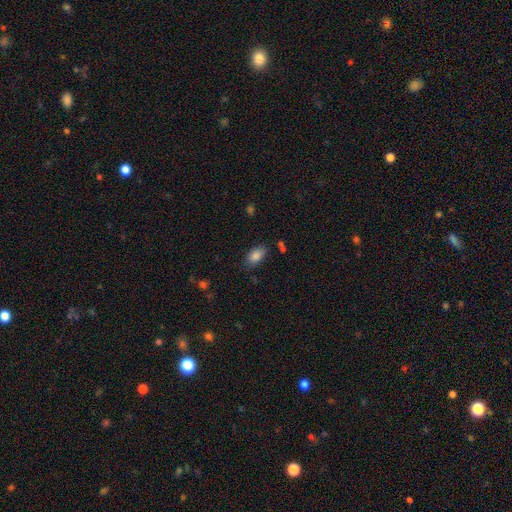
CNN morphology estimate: smooth 85%, star or artifact 8%, featured or disk 7%. Down the decision tree: how rounded — in between (90%); merging — none (76%).